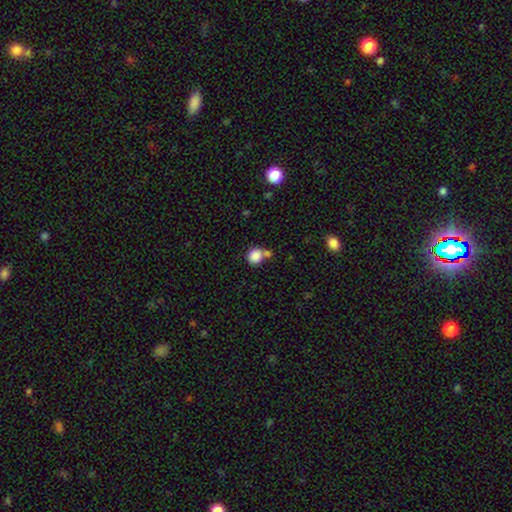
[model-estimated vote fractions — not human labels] smooth 85%, star or artifact 10%, featured or disk 5%. Down the decision tree: how rounded — round (81%); merging — none (50%).